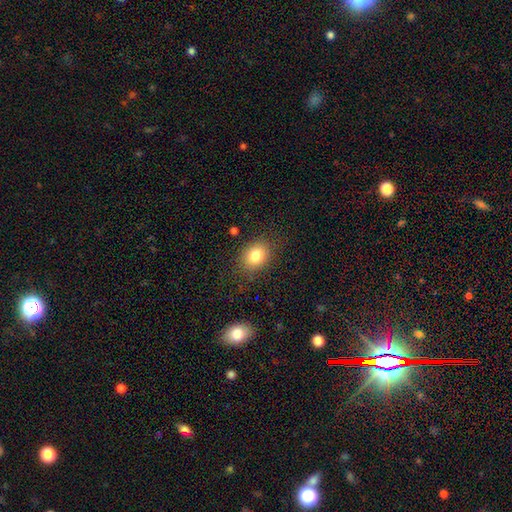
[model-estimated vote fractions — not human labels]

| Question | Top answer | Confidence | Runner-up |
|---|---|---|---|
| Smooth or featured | smooth | 82% | star or artifact (10%) |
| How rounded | in between | 53% | round (46%) |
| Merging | none | 81% | minor disturbance (12%) |